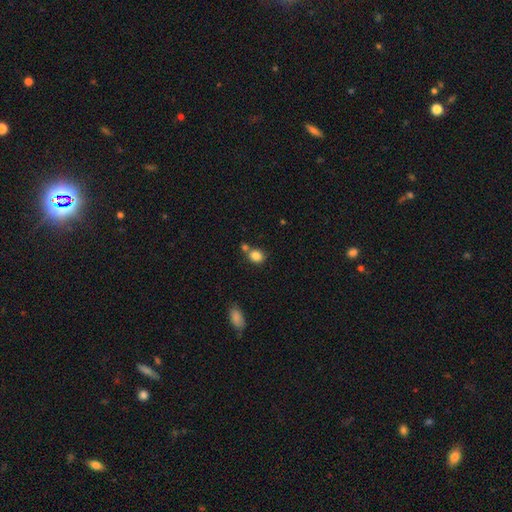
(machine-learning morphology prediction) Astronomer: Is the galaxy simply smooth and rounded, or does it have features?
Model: smooth — 84%.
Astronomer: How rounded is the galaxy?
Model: round — 68%.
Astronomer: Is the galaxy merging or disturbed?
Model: none — 56%.